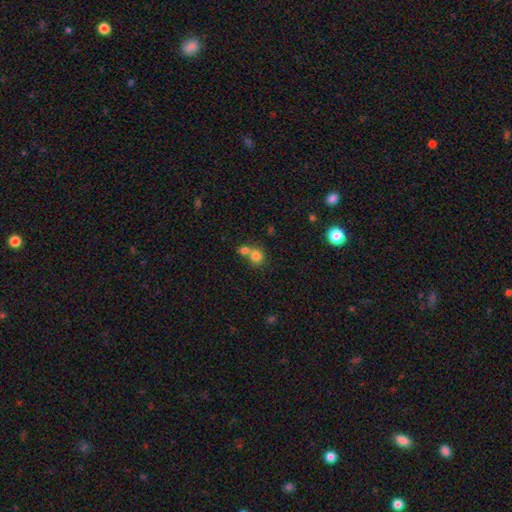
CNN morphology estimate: The model was most divided on "merging": merger: 50%, none: 40%, minor disturbance: 7%, major disturbance: 3%. More confident: how rounded — round (82%); smooth or featured — smooth (79%).